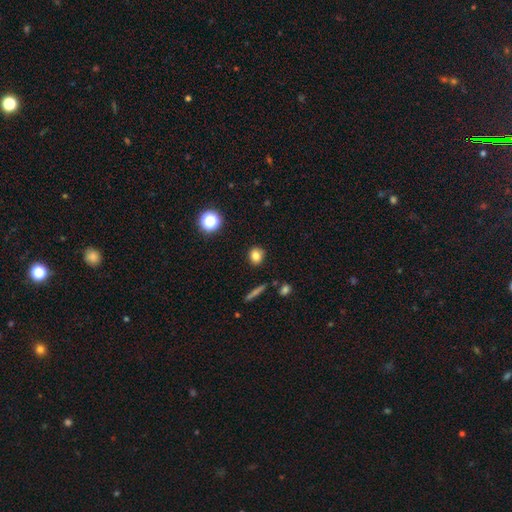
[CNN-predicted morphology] A smooth galaxy with no disk features (81%) that is round (68%).

Vote fractions:
- Smooth or featured? smooth: 81% / star or artifact: 12% / featured or disk: 6%
- How rounded? round: 68% / in between: 30% / cigar-shaped: 2%
- Merging? none: 88% / minor disturbance: 8% / major disturbance: 2% / merger: 2%